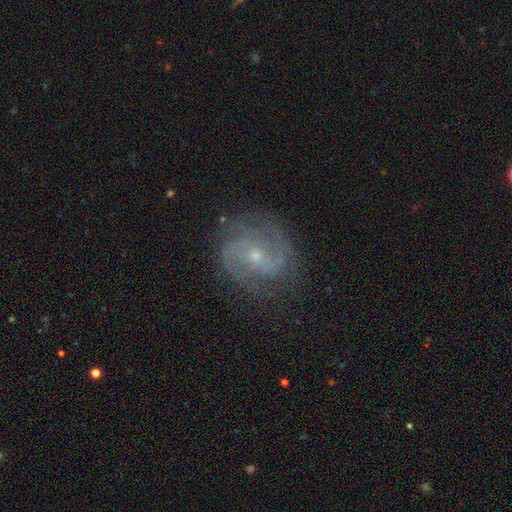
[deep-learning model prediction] This is clearly a featured or disk galaxy (85%). It is clearly not viewed edge-on (98%). Bar: possibly no (55%). Spiral arm pattern: clearly yes (96%). Spiral arm count: likely 2 (77%). Spiral winding: possibly medium (49%). Central bulge: likely small (65%). Merging: likely none (78%).